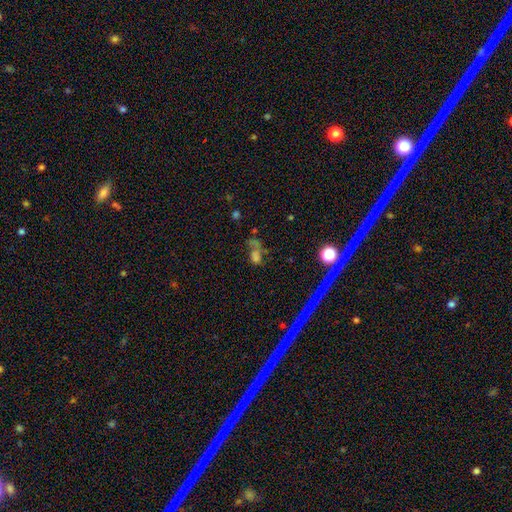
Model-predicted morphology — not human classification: Q: Smooth or featured?
A: smooth (39%); runner-up: star or artifact (35%)
Q: Merging?
A: none (42%); runner-up: merger (22%)